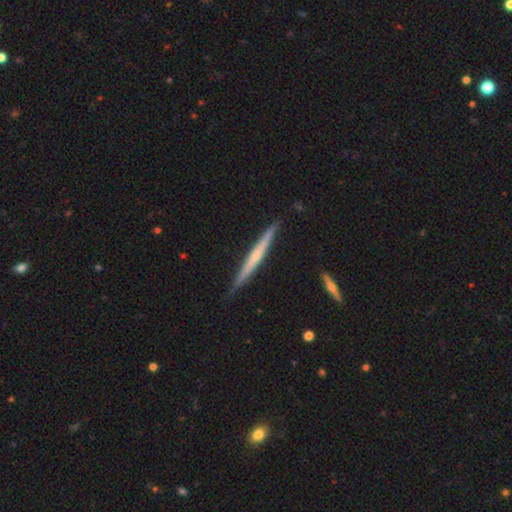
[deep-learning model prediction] The model was most divided on "edge-on bulge": rounded: 49%, none: 45%, boxy: 6%. More confident: edge-on disk — yes (98%); merging — none (88%); smooth or featured — featured or disk (64%).